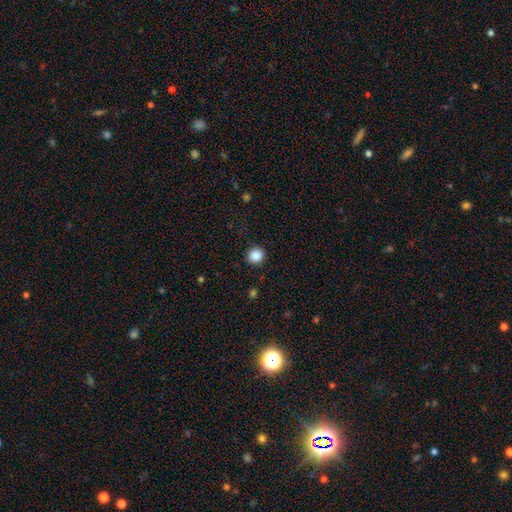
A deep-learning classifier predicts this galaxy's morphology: type=smooth (88%); roundness=round (91%); merging=none (91%).